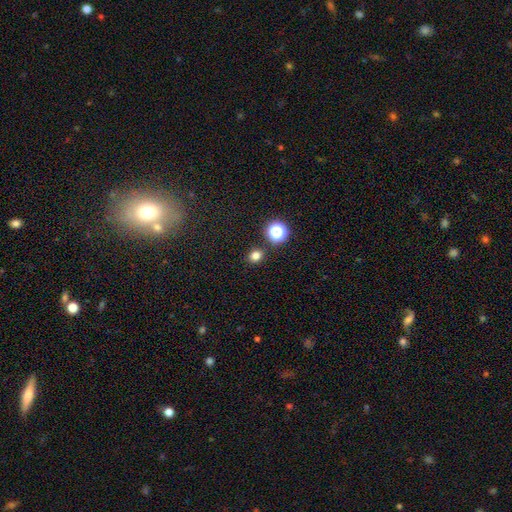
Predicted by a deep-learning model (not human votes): A smooth galaxy with no disk features (77%) that is round (75%). Merging: none (87%).